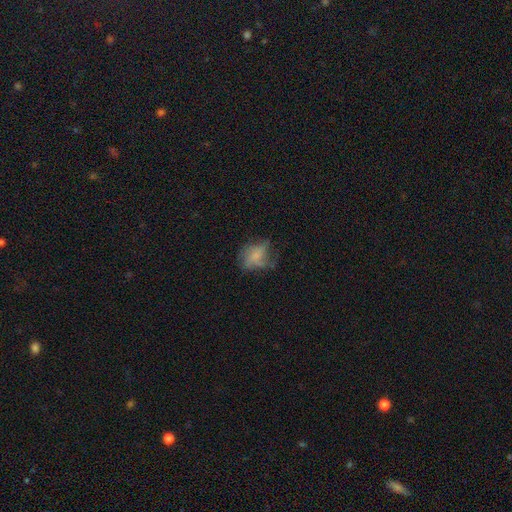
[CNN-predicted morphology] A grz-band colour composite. It shows a smooth galaxy with no disk features (49%). Merging: none (44%).